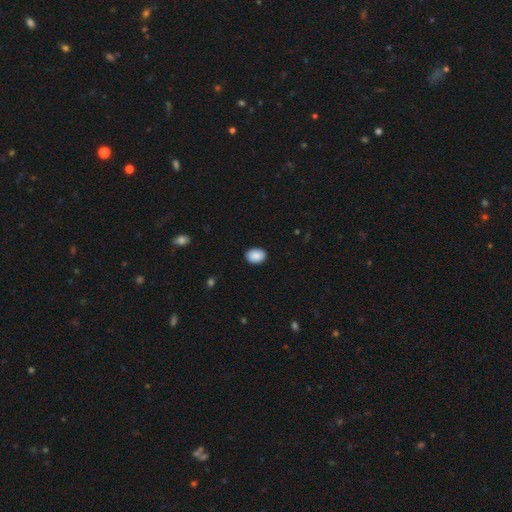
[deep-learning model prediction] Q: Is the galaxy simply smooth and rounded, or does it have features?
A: smooth — 90%.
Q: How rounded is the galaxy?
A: in between — 70%.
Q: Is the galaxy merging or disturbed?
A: none — 88%.